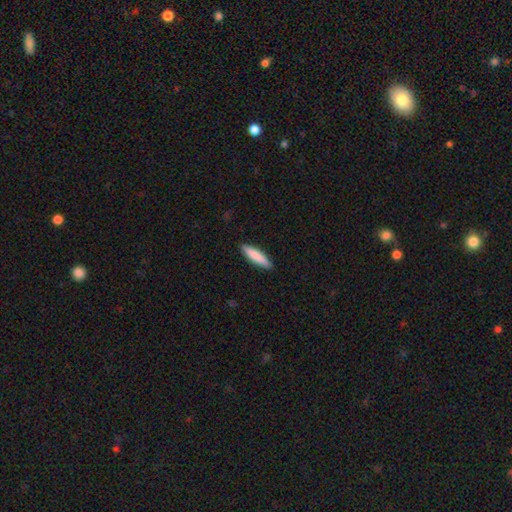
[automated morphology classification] A smooth galaxy with no disk features (84%) that is cigar-shaped (79%). Merging: none (90%).